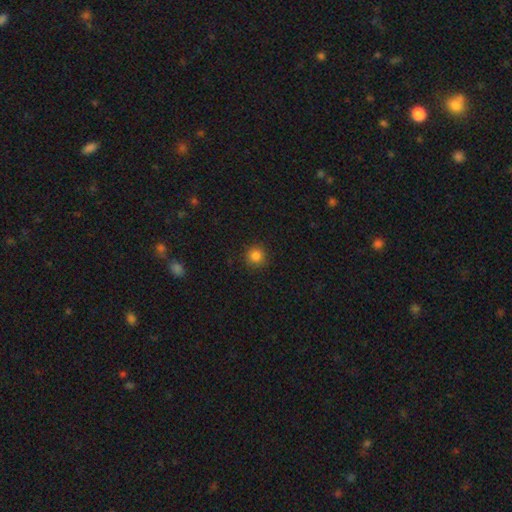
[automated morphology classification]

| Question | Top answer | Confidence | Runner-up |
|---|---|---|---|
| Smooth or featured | smooth | 84% | star or artifact (12%) |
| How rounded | round | 93% | in between (6%) |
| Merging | none | 90% | minor disturbance (7%) |